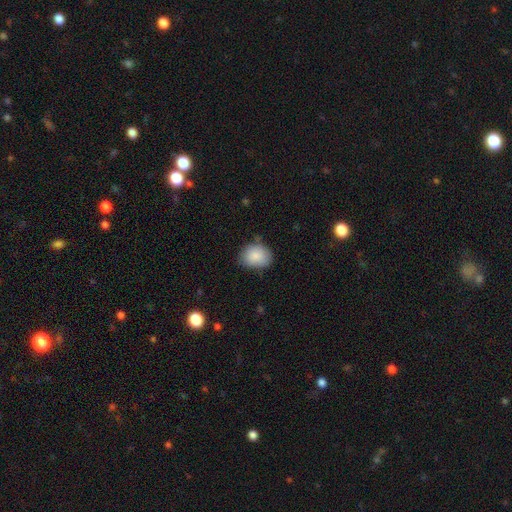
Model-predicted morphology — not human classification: smooth_or_featured: smooth (p=0.87) [alt: star or artifact p=0.07]
how_rounded: in between (p=0.63) [alt: round p=0.36]
merging: none (p=0.70) [alt: minor disturbance p=0.24]